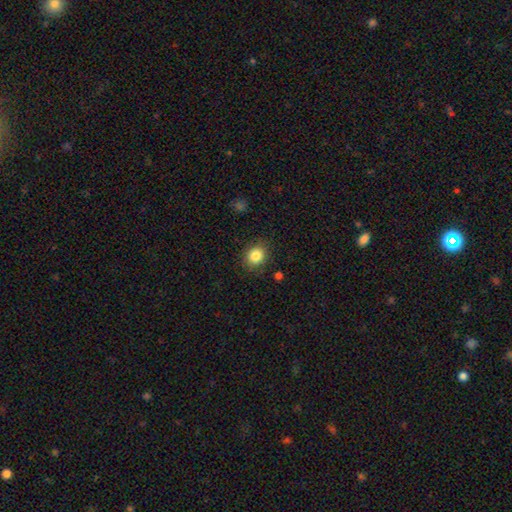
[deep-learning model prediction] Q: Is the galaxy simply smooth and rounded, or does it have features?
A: smooth — 84%.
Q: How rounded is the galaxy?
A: round — 71%.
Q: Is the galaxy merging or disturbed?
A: none — 86%.